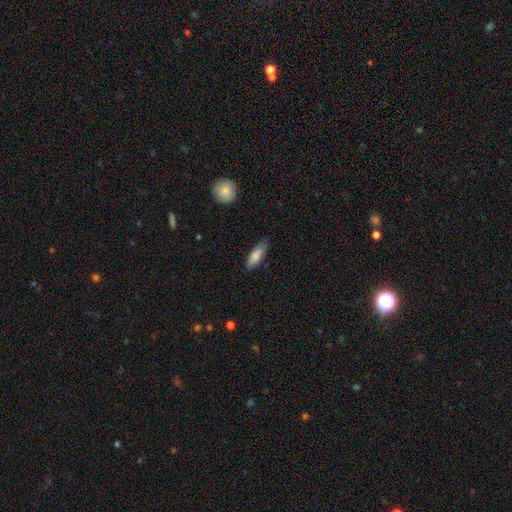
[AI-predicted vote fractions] A smooth galaxy with no disk features (84%) that is in between round and cigar-shaped (64%).

Vote fractions:
- Smooth or featured? smooth: 84% / featured or disk: 10% / star or artifact: 6%
- How rounded? in between: 64% / cigar-shaped: 34% / round: 2%
- Merging? none: 79% / minor disturbance: 17% / major disturbance: 3% / merger: 1%